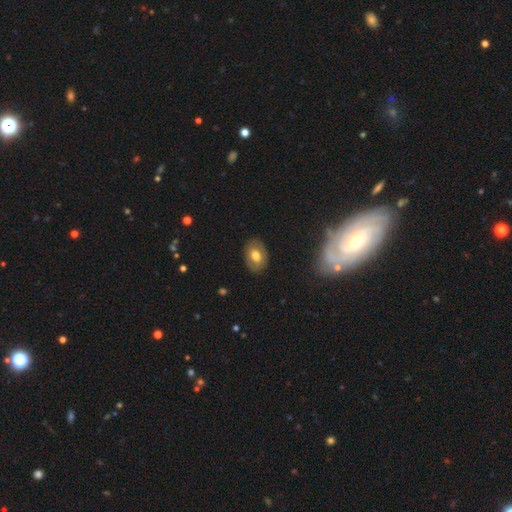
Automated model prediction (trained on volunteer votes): This is likely a smooth galaxy (67%). How rounded: likely in between (80%). Merging: clearly none (85%).